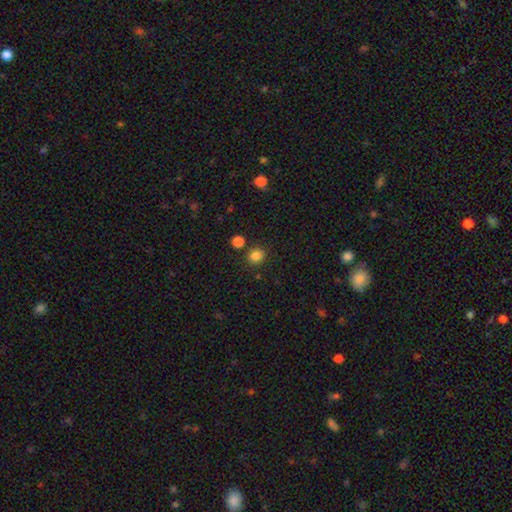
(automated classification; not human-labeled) This is clearly a smooth galaxy (84%). How rounded: likely round (80%). Merging: clearly none (83%).